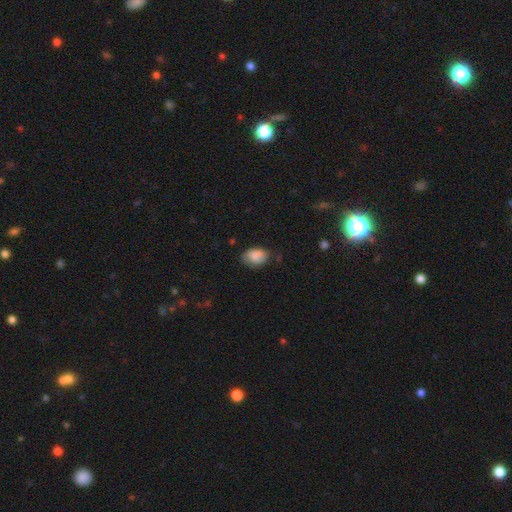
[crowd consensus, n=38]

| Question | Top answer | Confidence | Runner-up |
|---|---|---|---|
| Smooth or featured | smooth | 92% | star or artifact (5%) |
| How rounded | in between | 83% | round (17%) |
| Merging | none | 69% | minor disturbance (17%) |